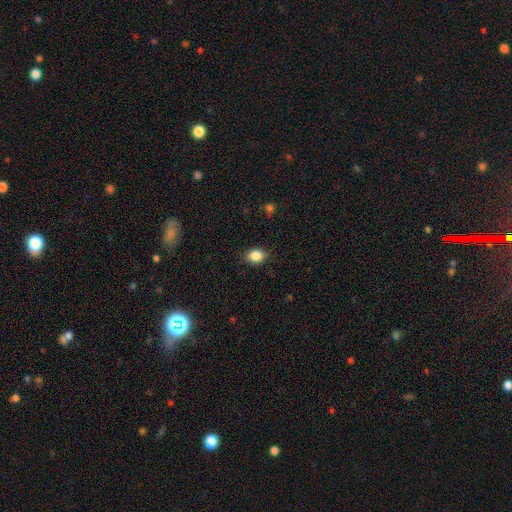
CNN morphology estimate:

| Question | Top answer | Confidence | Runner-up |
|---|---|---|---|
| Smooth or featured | smooth | 86% | star or artifact (9%) |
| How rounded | in between | 66% | round (33%) |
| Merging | none | 85% | minor disturbance (12%) |